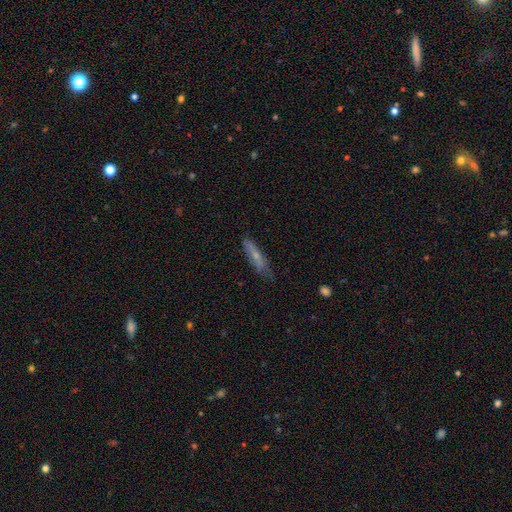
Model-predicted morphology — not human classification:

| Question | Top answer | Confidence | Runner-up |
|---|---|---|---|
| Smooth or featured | smooth | 56% | featured or disk (37%) |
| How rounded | cigar-shaped | 79% | in between (19%) |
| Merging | none | 71% | minor disturbance (22%) |